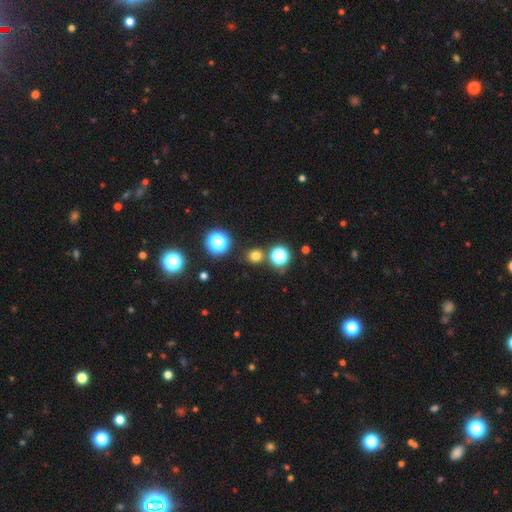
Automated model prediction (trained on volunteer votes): Q: Smooth or featured?
A: smooth (71%); runner-up: star or artifact (23%)
Q: How rounded?
A: round (86%); runner-up: in between (13%)
Q: Merging?
A: none (81%); runner-up: merger (9%)